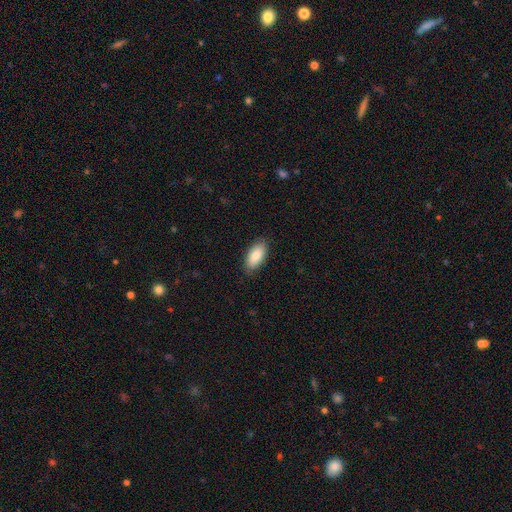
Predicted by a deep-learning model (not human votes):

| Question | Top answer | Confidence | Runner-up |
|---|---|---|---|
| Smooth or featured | smooth | 88% | featured or disk (6%) |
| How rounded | in between | 91% | cigar-shaped (7%) |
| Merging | none | 86% | minor disturbance (11%) |